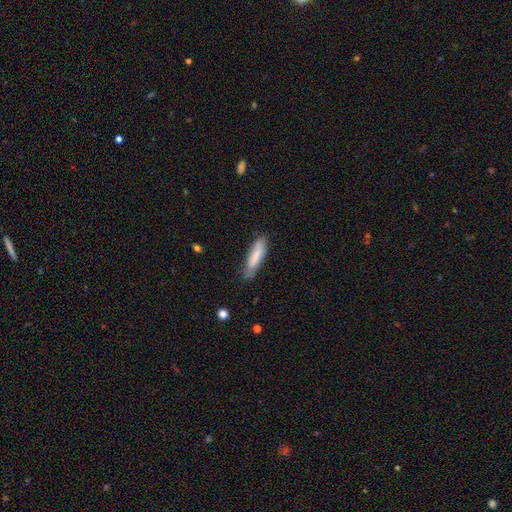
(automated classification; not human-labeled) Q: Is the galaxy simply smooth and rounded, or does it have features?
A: smooth — 76%.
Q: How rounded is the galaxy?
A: cigar-shaped — 75%.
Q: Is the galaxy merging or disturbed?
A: none — 71%.